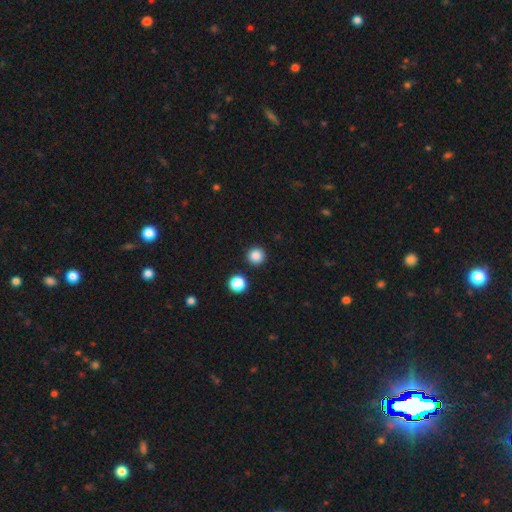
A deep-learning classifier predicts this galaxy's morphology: Smooth or featured? smooth (86%)
How rounded? round (96%)
Merging? none (91%)